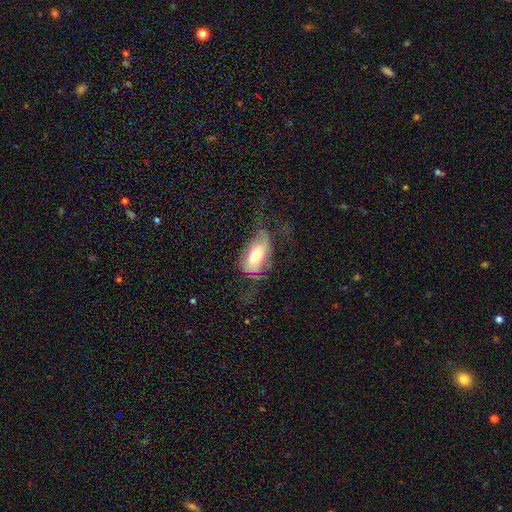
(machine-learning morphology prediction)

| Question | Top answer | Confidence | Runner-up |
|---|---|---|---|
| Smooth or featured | smooth | 60% | featured or disk (33%) |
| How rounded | in between | 91% | round (5%) |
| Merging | none | 36% | tied: major disturbance (36%) |